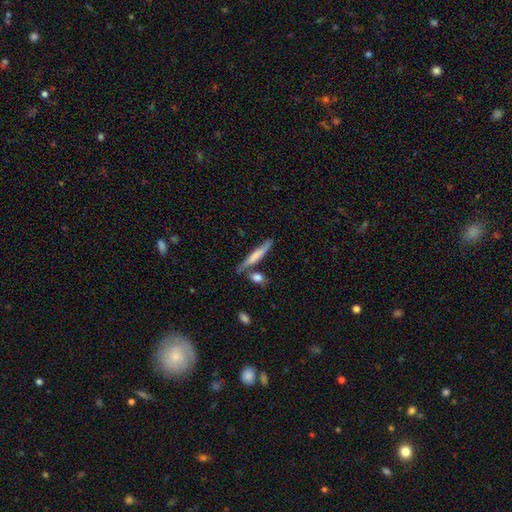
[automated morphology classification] Smooth or featured? smooth (61%)
How rounded? cigar-shaped (91%)
Merging? none (67%)